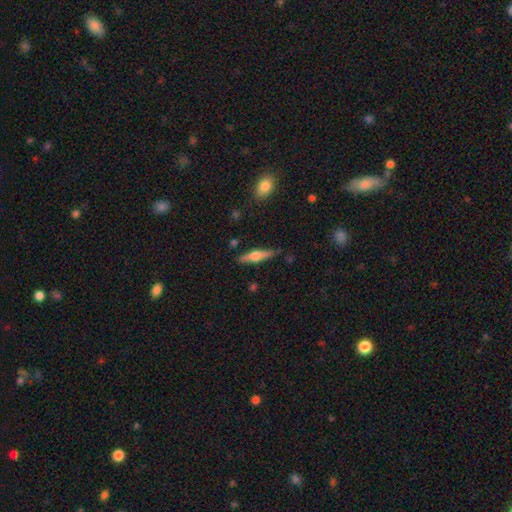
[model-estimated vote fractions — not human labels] Smooth or featured? Predicted: featured or disk (p=0.53). Edge-on disk? Predicted: yes (p=0.95). Edge-on bulge? Predicted: rounded (p=0.89). Merging? Predicted: none (p=0.85).